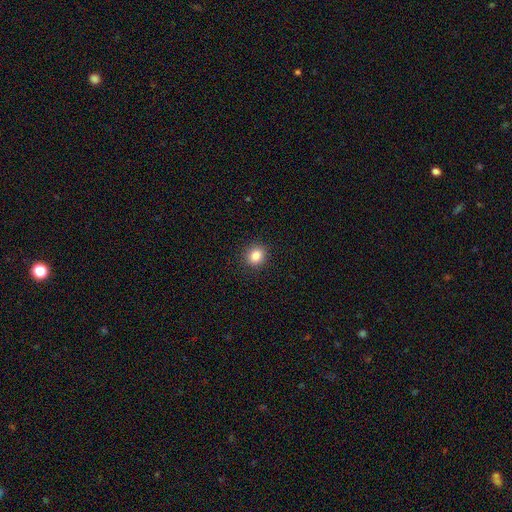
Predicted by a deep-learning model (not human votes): Morphology: type=smooth (85%); roundness=round (84%); merging=none (91%).